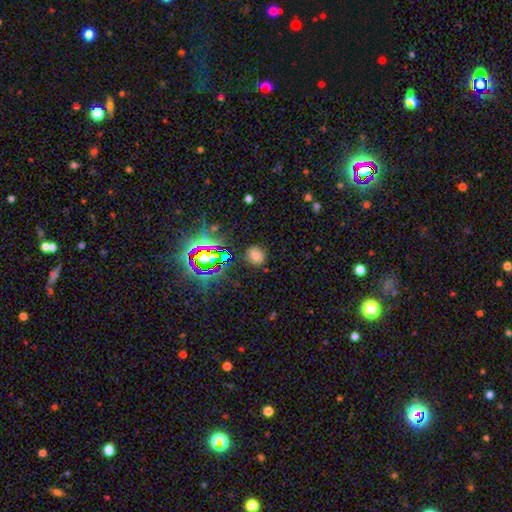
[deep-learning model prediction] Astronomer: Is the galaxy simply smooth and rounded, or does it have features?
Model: smooth — 58%.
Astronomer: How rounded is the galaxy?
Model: round — 81%.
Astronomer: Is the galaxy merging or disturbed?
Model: none — 85%.